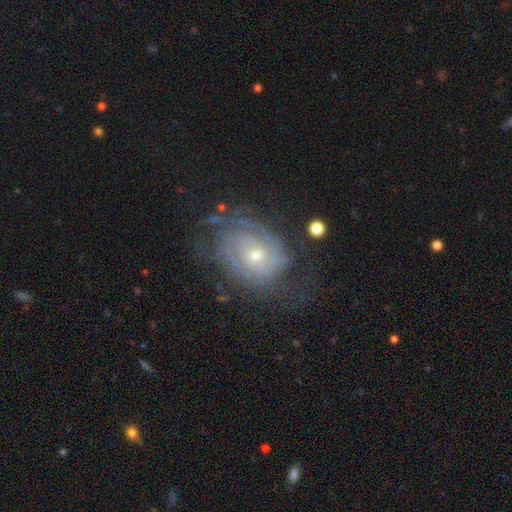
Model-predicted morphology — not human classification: Smooth or featured?
  - featured or disk: 80% *
  - smooth: 13%
  - star or artifact: 7%
Edge-on disk?
  - no: 96% *
  - yes: 4%
Bar?
  - no: 74% *
  - weak: 22%
  - strong: 4%
Spiral arms?
  - yes: 89% *
  - no: 11%
Spiral winding?
  - tight: 66% *
  - medium: 25%
  - loose: 8%
Spiral arm count?
  - can't tell: 46% *
  - 2: 25%
  - 3: 13%
  - 4: 7%
  - 1: 5%
  - more than 4: 5%
Bulge size?
  - small: 59% *
  - moderate: 37%
  - large: 2%
  - none: 1%
  - dominant: 1%
Merging?
  - none: 59% *
  - minor disturbance: 22%
  - major disturbance: 17%
  - merger: 2%